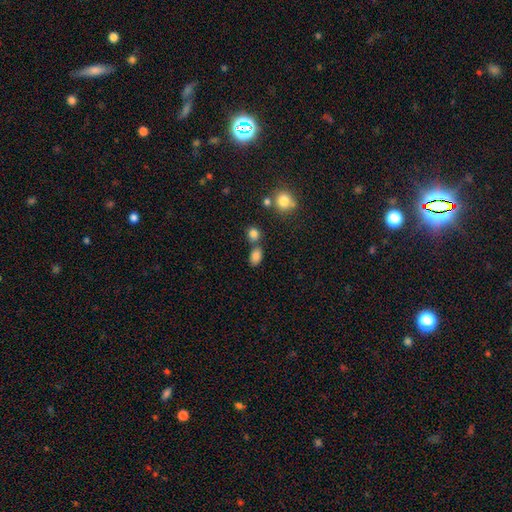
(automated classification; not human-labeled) smooth 83%, star or artifact 11%, featured or disk 5%. Down the decision tree: how rounded — in between (80%); merging — none (63%).